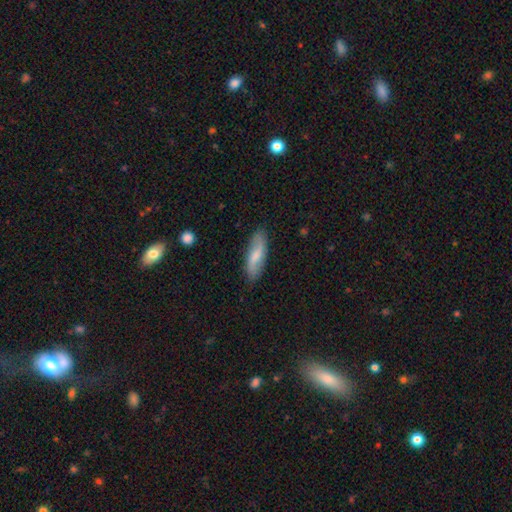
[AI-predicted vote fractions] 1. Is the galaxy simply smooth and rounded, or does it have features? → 64% smooth, 30% featured or disk, 6% star or artifact.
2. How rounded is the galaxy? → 53% in between, 44% cigar-shaped, 2% round.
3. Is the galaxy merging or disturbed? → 84% none, 13% minor disturbance, 2% major disturbance, 1% merger.